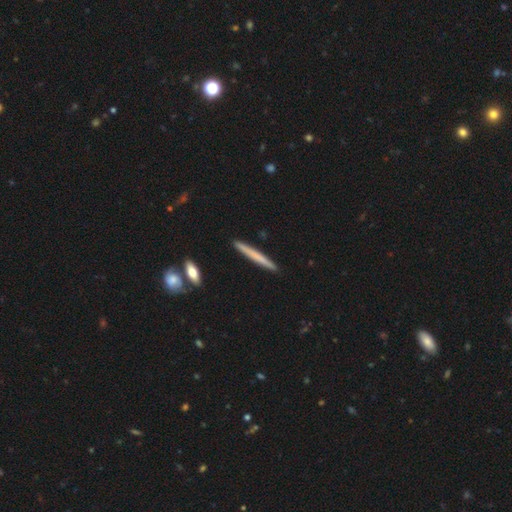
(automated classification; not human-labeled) This appears to be a smooth galaxy with no disk features (60%) that is cigar-shaped (97%). Merging: none (91%).